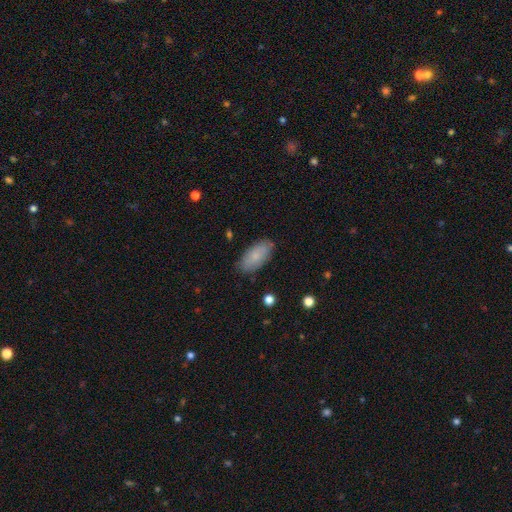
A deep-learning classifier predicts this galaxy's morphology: type=smooth (80%); roundness=in between (92%); merging=none (83%).